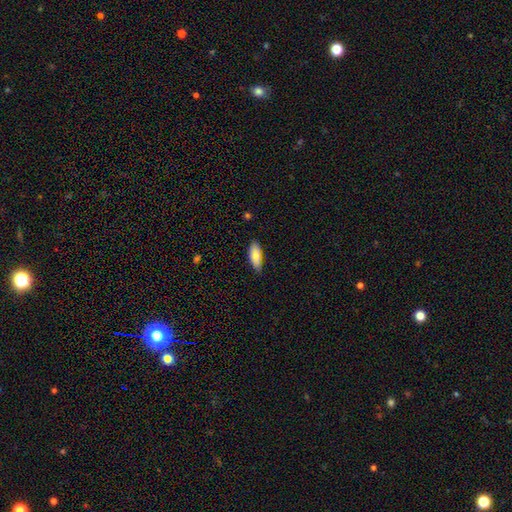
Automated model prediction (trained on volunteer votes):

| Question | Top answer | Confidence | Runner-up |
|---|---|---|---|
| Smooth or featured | smooth | 86% | featured or disk (8%) |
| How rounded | in between | 78% | cigar-shaped (20%) |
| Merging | none | 76% | minor disturbance (20%) |